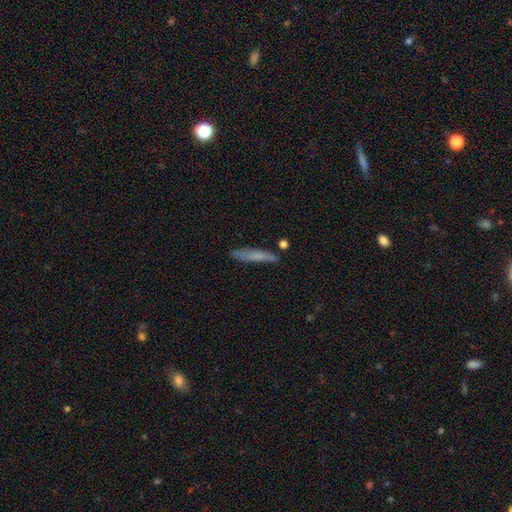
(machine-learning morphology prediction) type=smooth (65%); roundness=cigar-shaped (91%); merging=none (78%).